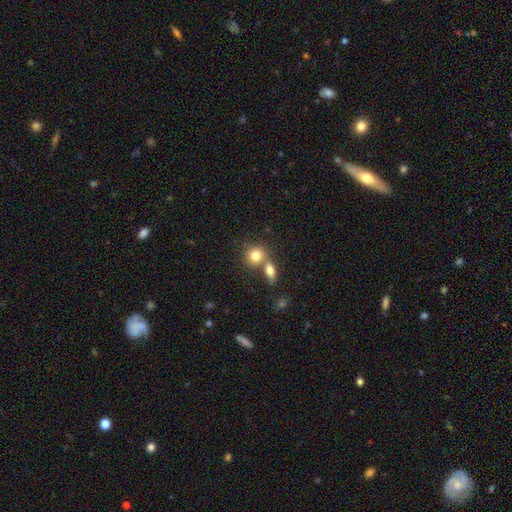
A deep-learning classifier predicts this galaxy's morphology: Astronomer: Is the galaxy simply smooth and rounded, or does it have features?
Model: smooth — 82%.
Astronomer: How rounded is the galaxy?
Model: round — 76%.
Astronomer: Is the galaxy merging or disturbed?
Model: none — 47% (runner-up: merger, 42%).